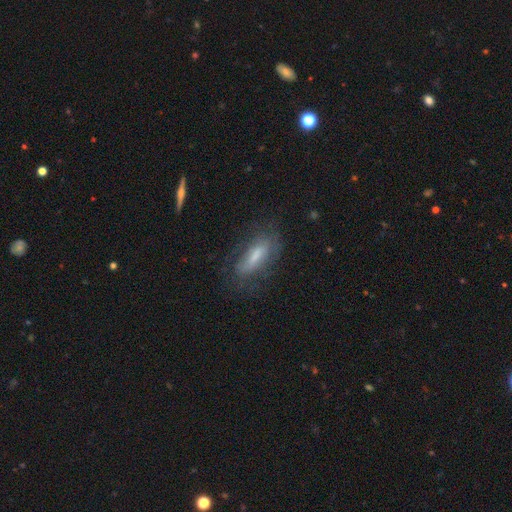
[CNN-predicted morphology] A smooth galaxy with no disk features (50%). Merging: none (66%).